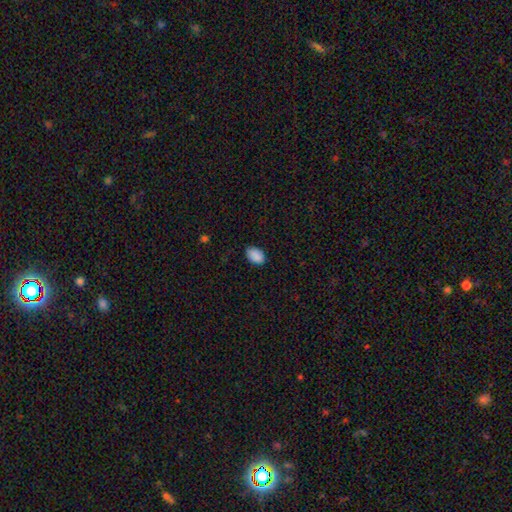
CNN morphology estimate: type=smooth (89%); roundness=in between (86%); merging=none (82%).